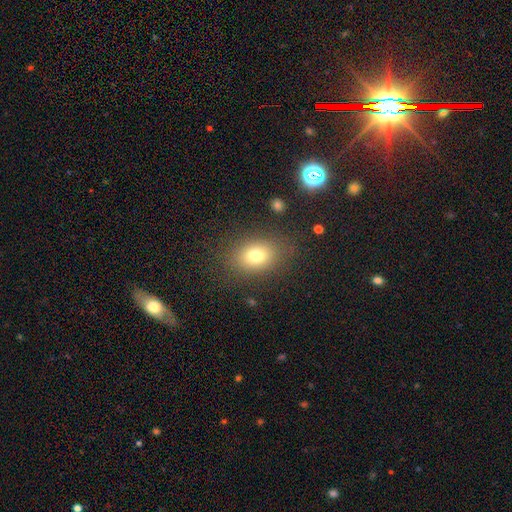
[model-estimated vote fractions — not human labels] Smooth or featured?
  - smooth: 75% *
  - star or artifact: 13%
  - featured or disk: 12%
How rounded?
  - in between: 70% *
  - round: 29%
  - cigar-shaped: 1%
Merging?
  - none: 81% *
  - minor disturbance: 12%
  - major disturbance: 5%
  - merger: 2%